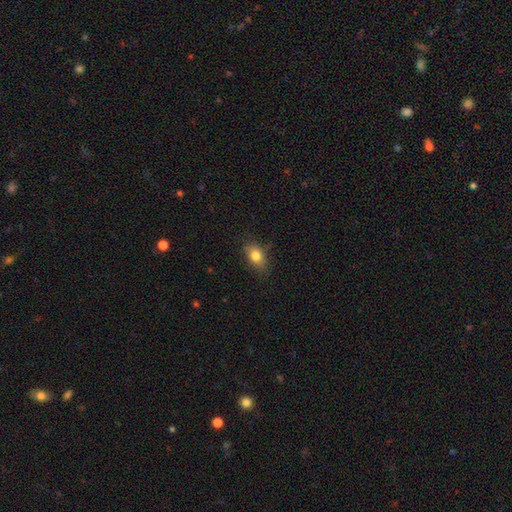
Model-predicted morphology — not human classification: This appears to be a smooth galaxy with no disk features (81%) that is in between round and cigar-shaped (81%). Merging: none (75%).